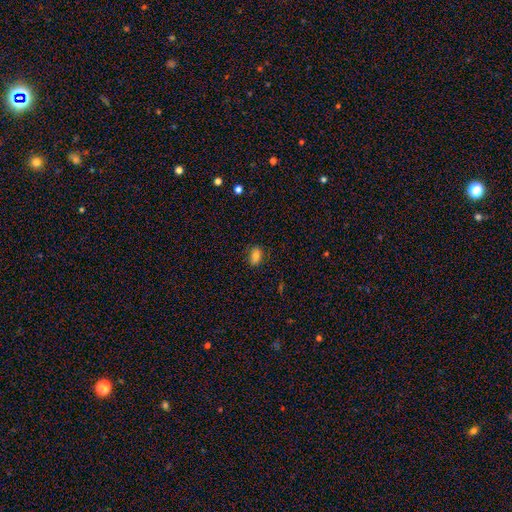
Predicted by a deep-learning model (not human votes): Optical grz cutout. It shows a smooth galaxy with no disk features (79%) that is in between round and cigar-shaped (85%). Merging: none (81%).